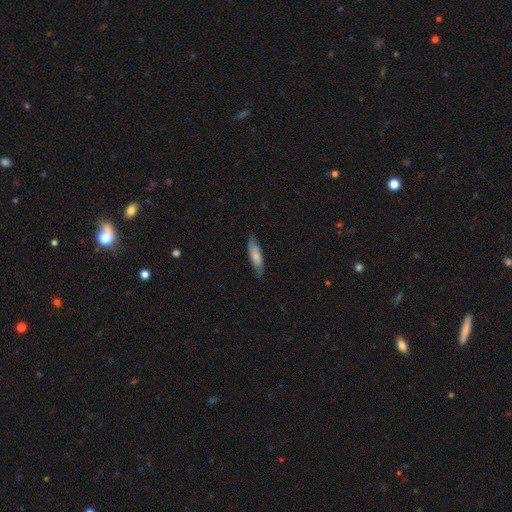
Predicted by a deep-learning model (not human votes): This appears to be a smooth galaxy with no disk features (68%) that is cigar-shaped (60%). Merging: none (75%).